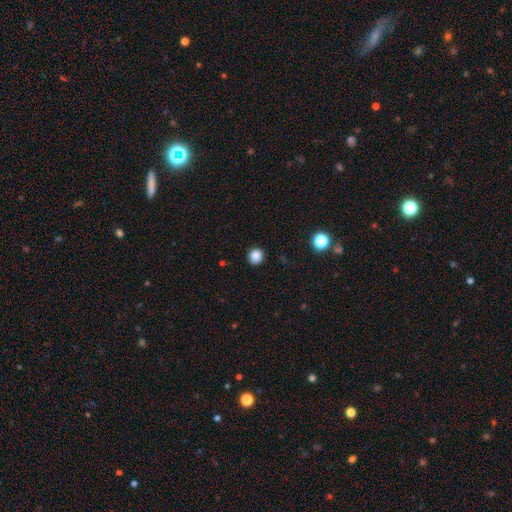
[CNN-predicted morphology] Overall: smooth (86%). How rounded: round (89%). Merging: none (91%).